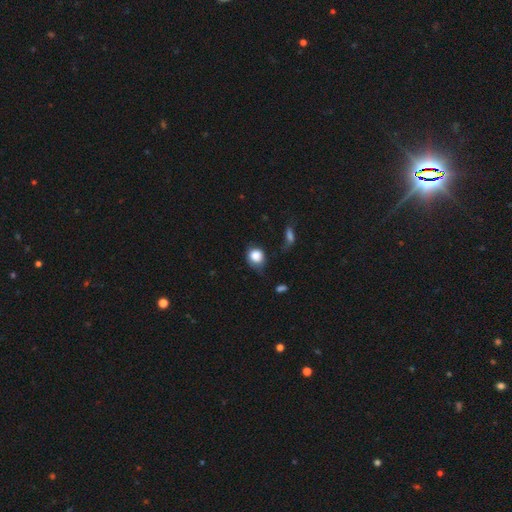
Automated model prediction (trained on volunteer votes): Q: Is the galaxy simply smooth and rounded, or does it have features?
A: smooth — 83%.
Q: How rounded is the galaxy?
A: round — 70%.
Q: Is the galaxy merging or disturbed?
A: none — 46%.